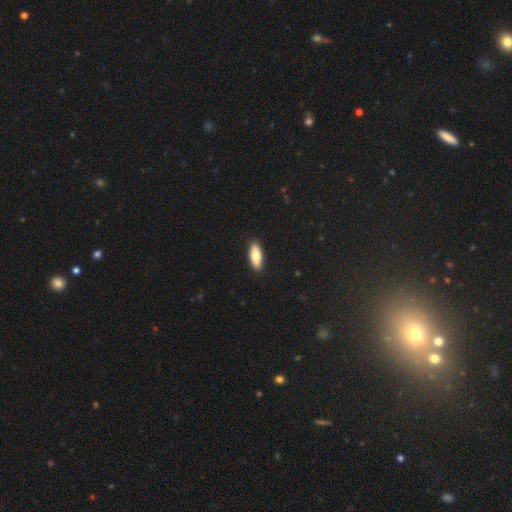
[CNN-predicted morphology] A smooth galaxy with no disk features (79%) that is in between round and cigar-shaped (73%).

Vote fractions:
- Smooth or featured? smooth: 79% / featured or disk: 15% / star or artifact: 6%
- How rounded? in between: 73% / cigar-shaped: 25% / round: 2%
- Merging? none: 90% / minor disturbance: 7% / major disturbance: 2% / merger: 1%